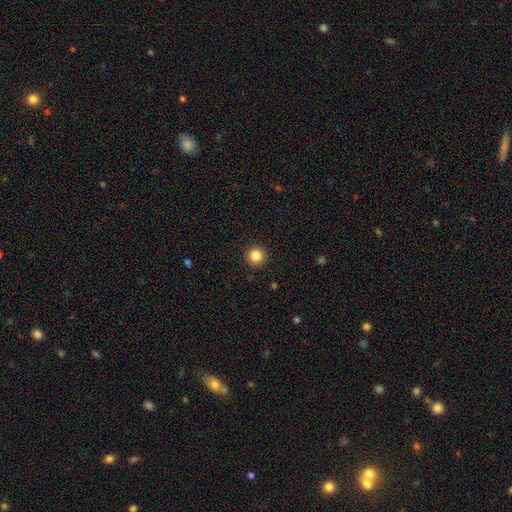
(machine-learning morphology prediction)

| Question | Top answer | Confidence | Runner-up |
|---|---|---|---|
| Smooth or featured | smooth | 85% | star or artifact (11%) |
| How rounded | round | 96% | in between (3%) |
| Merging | none | 93% | minor disturbance (5%) |